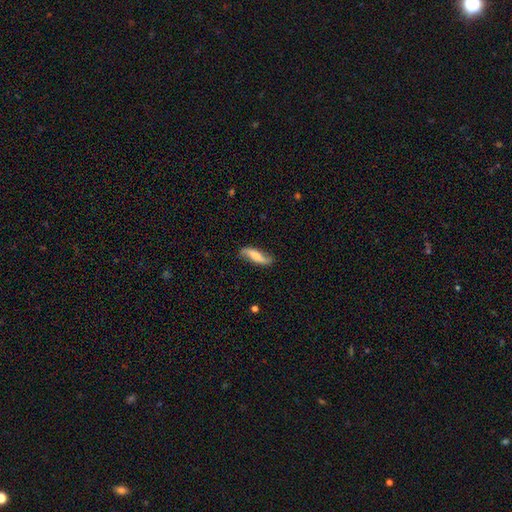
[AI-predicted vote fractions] This is possibly a featured or disk galaxy (50%). Merging: likely none (78%).